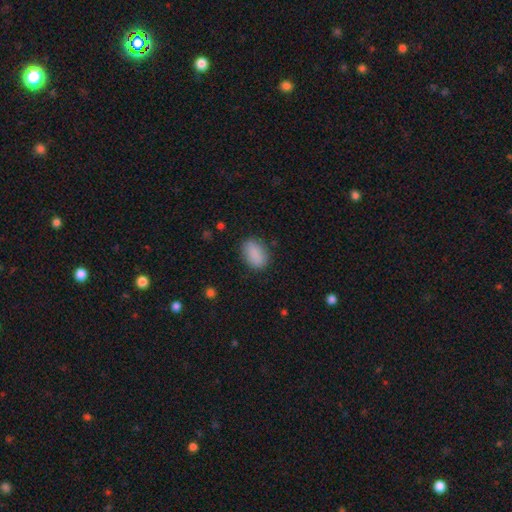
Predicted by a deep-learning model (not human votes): Overall: smooth (87%). How rounded: in between (86%). Merging: none (82%).